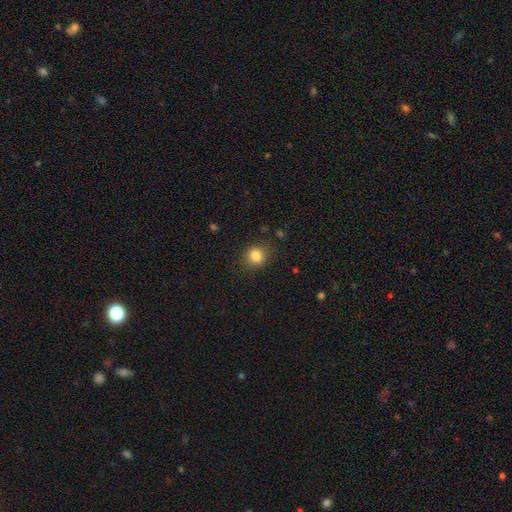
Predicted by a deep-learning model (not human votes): Smooth or featured?
  - smooth: 83% *
  - star or artifact: 11%
  - featured or disk: 6%
How rounded?
  - round: 74% *
  - in between: 26%
  - cigar-shaped: 1%
Merging?
  - none: 83% *
  - minor disturbance: 12%
  - major disturbance: 4%
  - merger: 1%